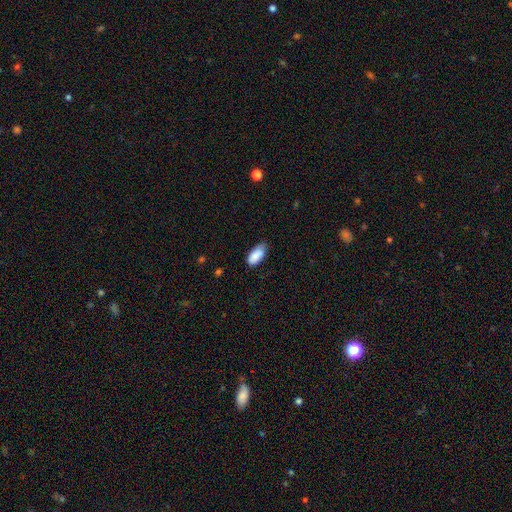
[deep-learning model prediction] A smooth galaxy with no disk features (86%) that is in between round and cigar-shaped (91%). Merging: none (61%).